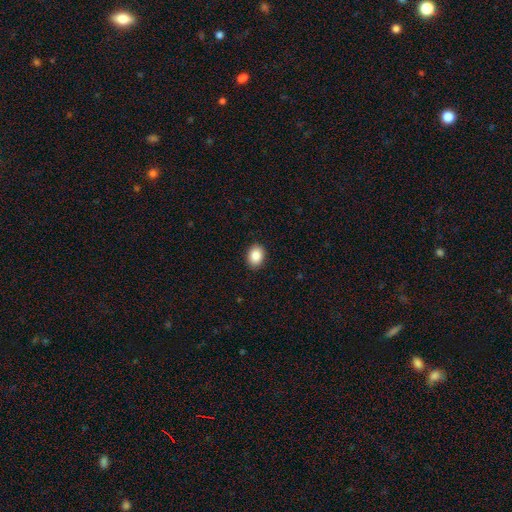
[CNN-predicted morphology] smooth 88%, star or artifact 8%, featured or disk 4%. Down the decision tree: how rounded — in between (69%); merging — none (91%).